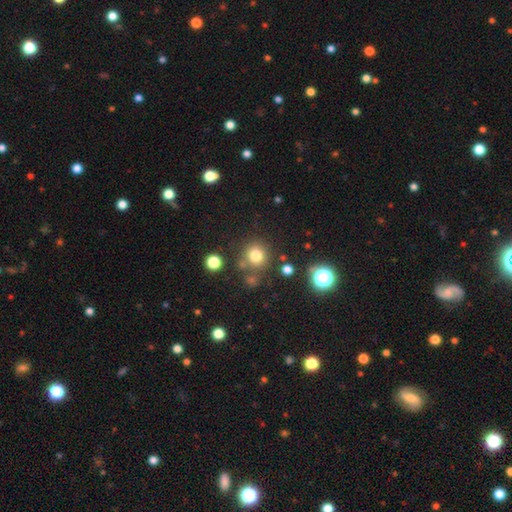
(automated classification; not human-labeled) smooth-or-featured: smooth: 77% | star or artifact: 16% | featured or disk: 7%
  how-rounded: round: 91% | in between: 8% | cigar-shaped: 1%
  merging: none: 77% | minor disturbance: 10% | merger: 9% | major disturbance: 4%